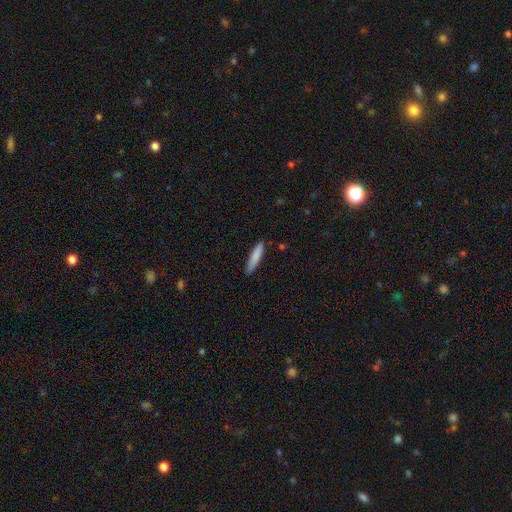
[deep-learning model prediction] Smooth or featured? smooth (84%)
How rounded? cigar-shaped (85%)
Merging? none (85%)